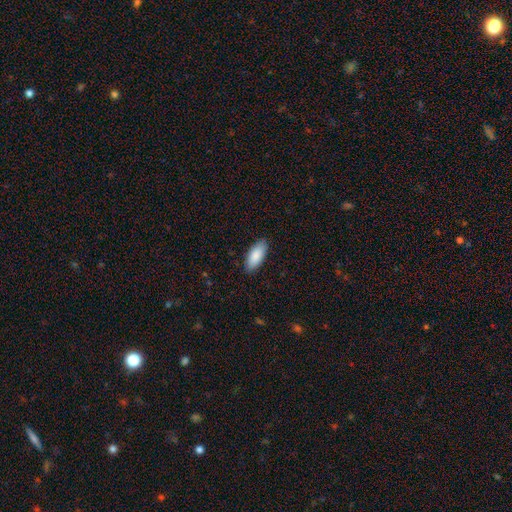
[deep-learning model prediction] smooth 88%, featured or disk 7%, star or artifact 5%. Down the decision tree: how rounded — in between (87%); merging — none (87%).